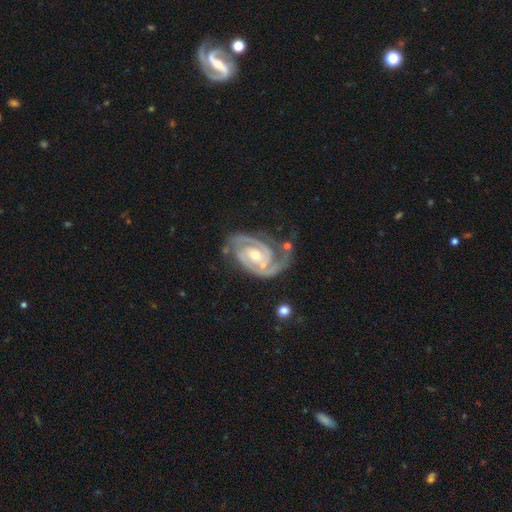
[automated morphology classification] This is clearly a featured or disk galaxy (93%). It is clearly not viewed edge-on (98%). Bar: possibly no (49%). Spiral arm pattern: clearly yes (99%). Spiral arm count: clearly 2 (89%). Spiral winding: likely tight (64%). Central bulge: possibly moderate (59%). Merging: likely none (67%).